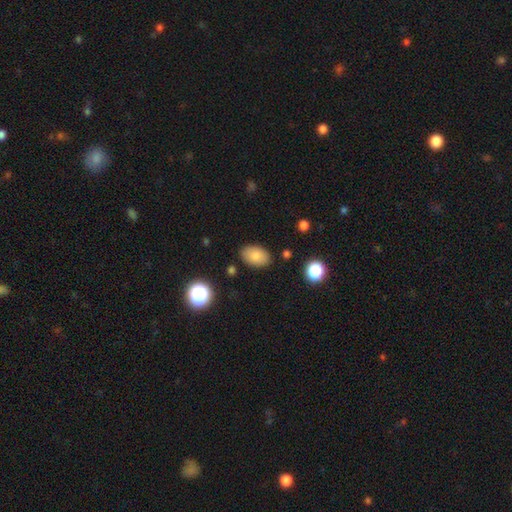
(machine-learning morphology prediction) This appears to be a smooth galaxy with no disk features (82%) that is in between round and cigar-shaped (90%). Merging: none (85%).